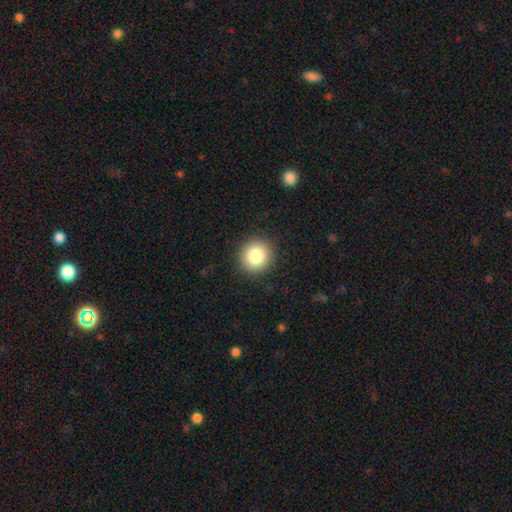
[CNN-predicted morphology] Q: Smooth or featured?
A: smooth (83%); runner-up: star or artifact (10%)
Q: How rounded?
A: round (92%); runner-up: in between (7%)
Q: Merging?
A: none (91%); runner-up: minor disturbance (6%)